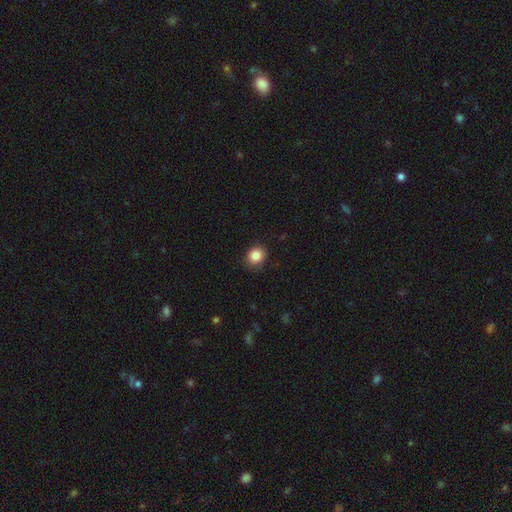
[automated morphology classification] smooth-or-featured: smooth: 85% | star or artifact: 10% | featured or disk: 5%
  how-rounded: round: 74% | in between: 25% | cigar-shaped: 1%
  merging: none: 84% | minor disturbance: 12% | major disturbance: 3% | merger: 1%